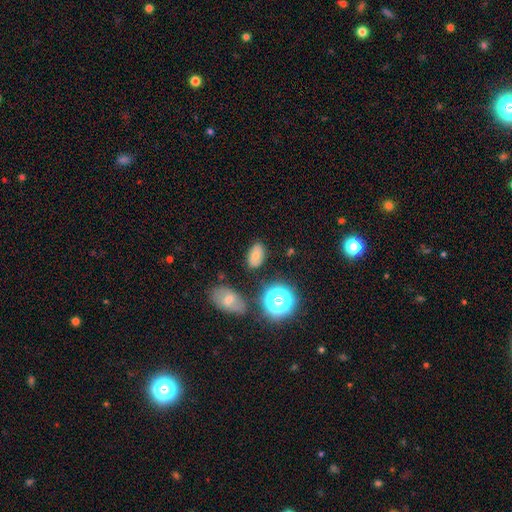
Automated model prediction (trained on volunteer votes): This appears to be a smooth galaxy with no disk features (70%) that is in between round and cigar-shaped (87%). Merging: none (80%).